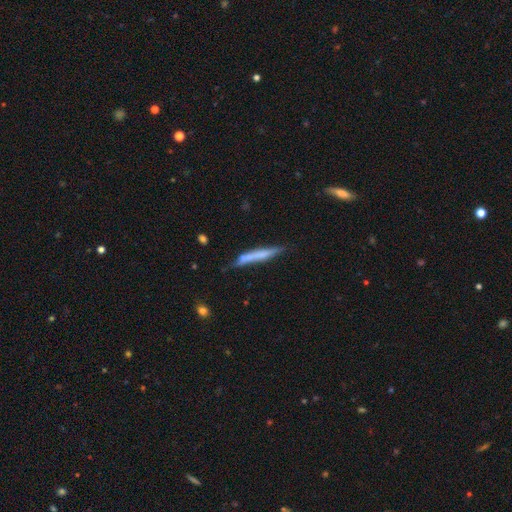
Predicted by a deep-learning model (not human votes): This appears to be a smooth galaxy with no disk features (56%) that is cigar-shaped (94%). Merging: none (65%).